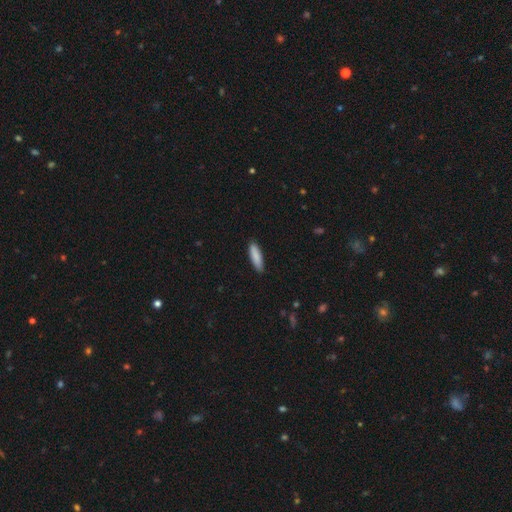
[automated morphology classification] smooth-or-featured: smooth: 88% | featured or disk: 6% | star or artifact: 6%
  how-rounded: cigar-shaped: 59% | in between: 39% | round: 1%
  merging: none: 88% | minor disturbance: 9% | major disturbance: 2% | merger: 1%